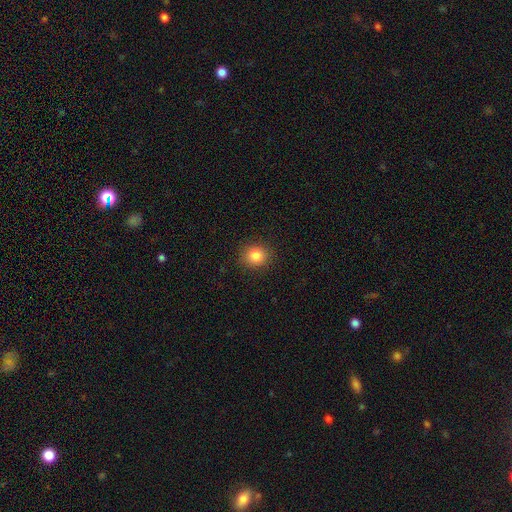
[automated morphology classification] smooth_or_featured: smooth (p=0.84) [alt: star or artifact p=0.11]
how_rounded: round (p=0.84) [alt: in between p=0.15]
merging: none (p=0.90) [alt: minor disturbance p=0.07]